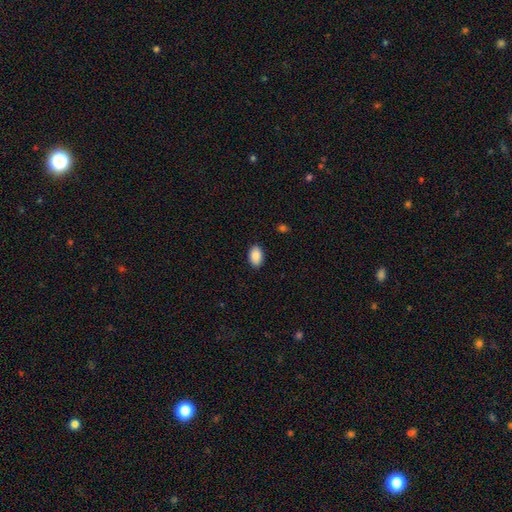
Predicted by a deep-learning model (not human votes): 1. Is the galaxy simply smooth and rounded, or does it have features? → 90% smooth, 7% star or artifact, 3% featured or disk.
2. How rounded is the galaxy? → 88% in between, 11% round, 1% cigar-shaped.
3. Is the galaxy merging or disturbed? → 89% none, 8% minor disturbance, 2% major disturbance, 1% merger.